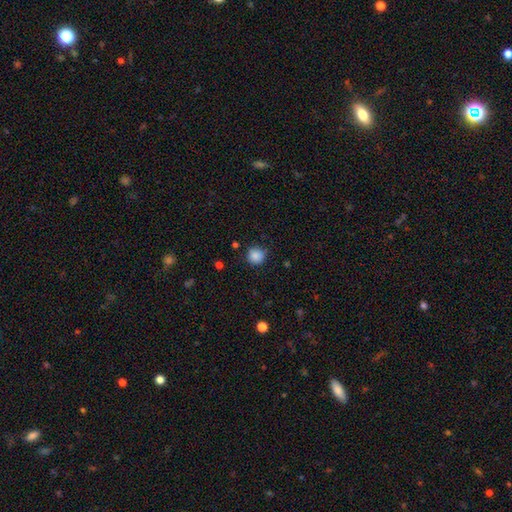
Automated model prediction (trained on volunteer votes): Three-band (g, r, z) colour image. It shows a smooth galaxy with no disk features (87%) that is round (93%). Merging: none (84%).